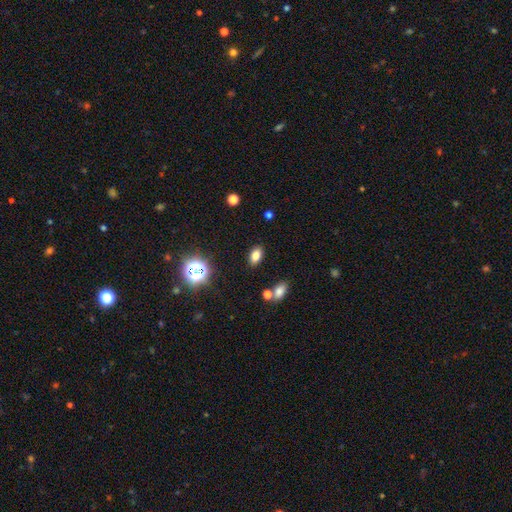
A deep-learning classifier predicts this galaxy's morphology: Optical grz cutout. It shows a smooth galaxy with no disk features (77%) that is in between round and cigar-shaped (87%). Merging: none (85%).